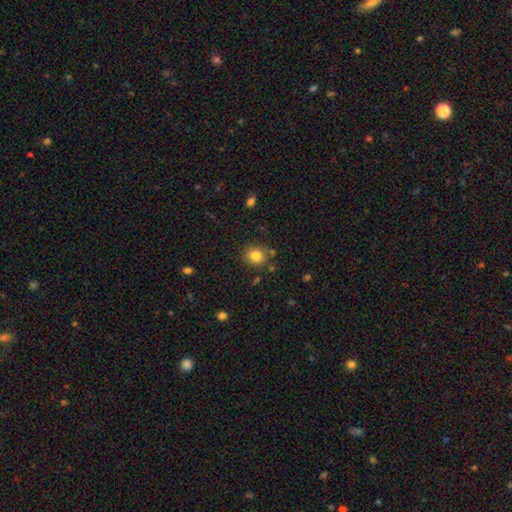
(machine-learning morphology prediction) A smooth galaxy with no disk features (82%) that is round (75%). Merging: none (80%).